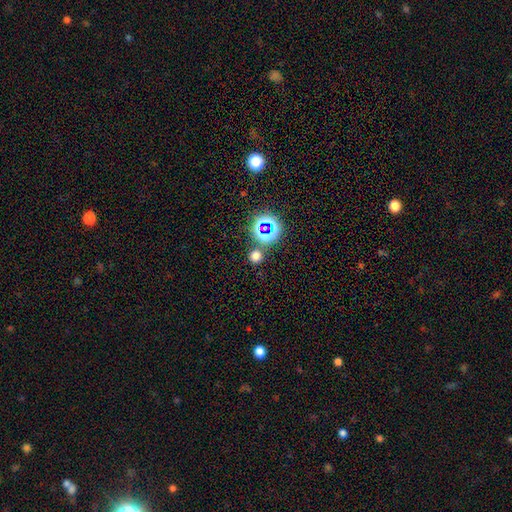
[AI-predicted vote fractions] Smooth or featured?
  - smooth: 63% *
  - star or artifact: 31%
  - featured or disk: 6%
How rounded?
  - round: 91% *
  - in between: 8%
  - cigar-shaped: 1%
Merging?
  - none: 78% *
  - merger: 11%
  - minor disturbance: 7%
  - major disturbance: 3%